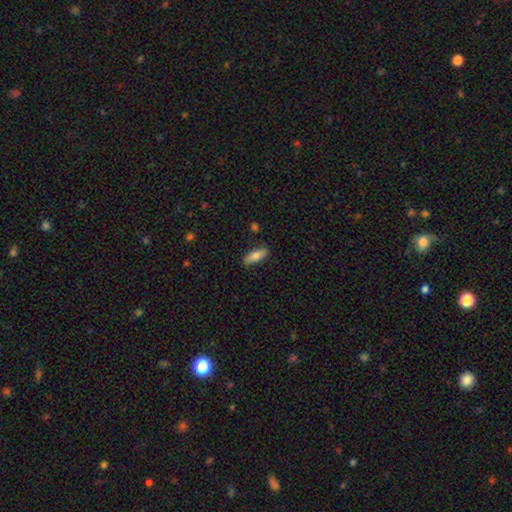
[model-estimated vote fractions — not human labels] This appears to be a smooth galaxy with no disk features (74%) that is in between round and cigar-shaped (59%). Merging: none (85%).